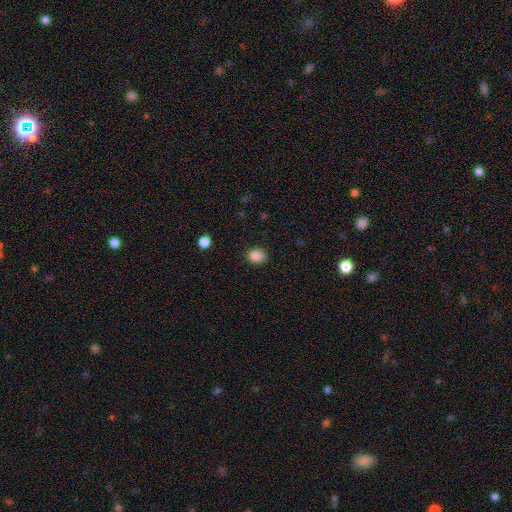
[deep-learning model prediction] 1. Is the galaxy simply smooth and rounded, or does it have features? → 85% smooth, 10% star or artifact, 5% featured or disk.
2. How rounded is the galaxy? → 58% round, 41% in between, 1% cigar-shaped.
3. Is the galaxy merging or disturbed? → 80% none, 16% minor disturbance, 3% major disturbance, 1% merger.